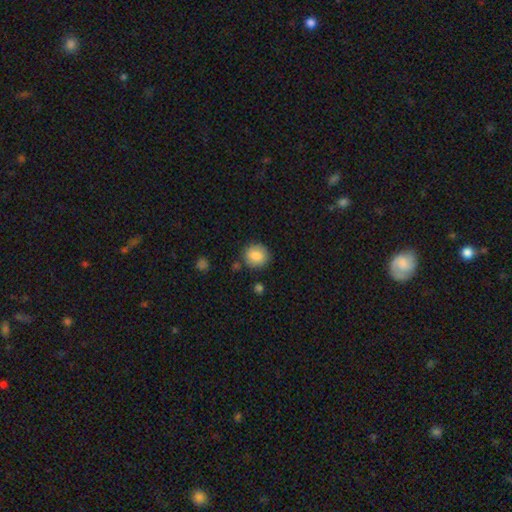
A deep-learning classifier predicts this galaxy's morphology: Overall: smooth (84%). How rounded: round (85%). Merging: none (83%).